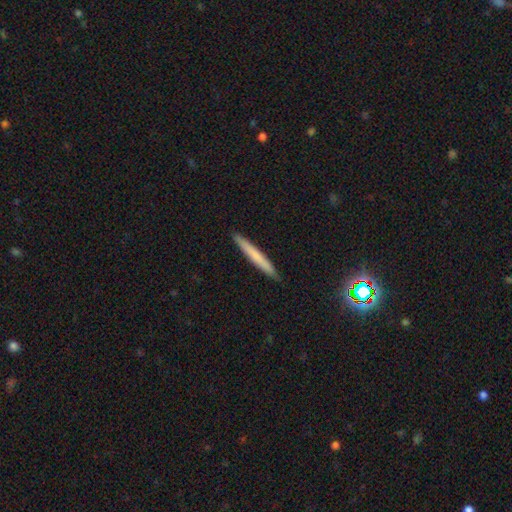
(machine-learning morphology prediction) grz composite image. It shows a smooth galaxy with no disk features (66%) that is cigar-shaped (96%). Merging: none (91%).